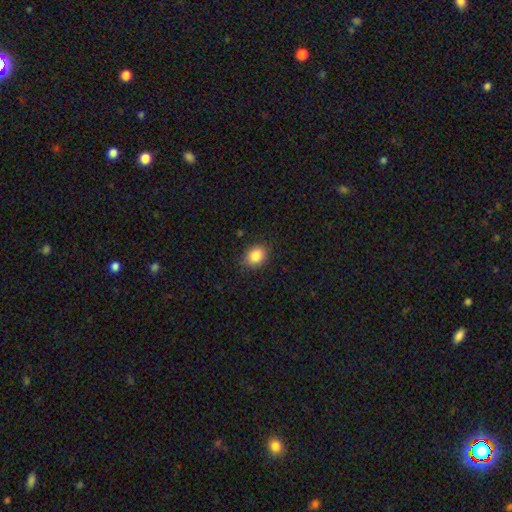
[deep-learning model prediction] This appears to be a smooth galaxy with no disk features (86%) that is in between round and cigar-shaped (61%). Merging: none (85%).